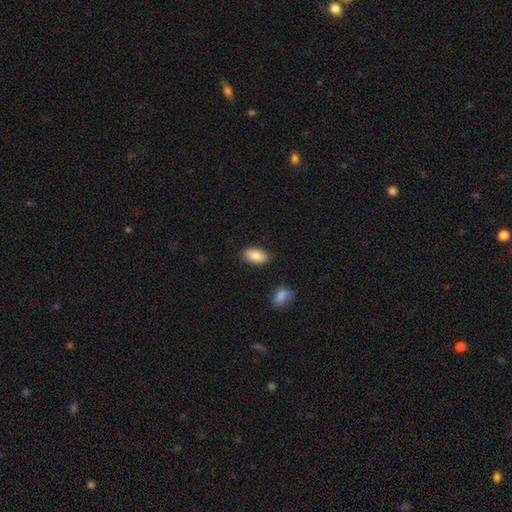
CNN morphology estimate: smooth 87%, star or artifact 7%, featured or disk 7%. Down the decision tree: how rounded — in between (93%); merging — none (85%).